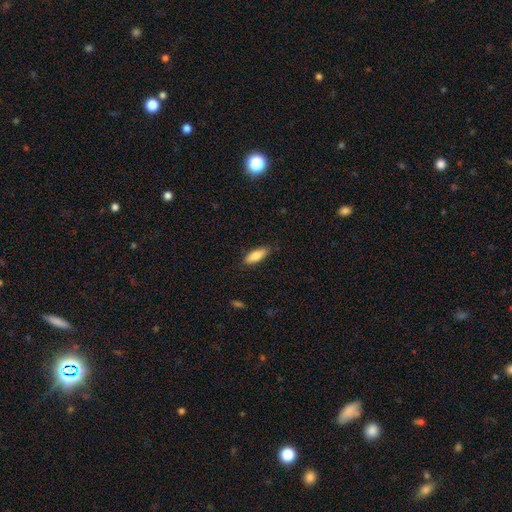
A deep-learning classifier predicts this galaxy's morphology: Smooth or featured? smooth (79%)
How rounded? in between (59%)
Merging? none (84%)